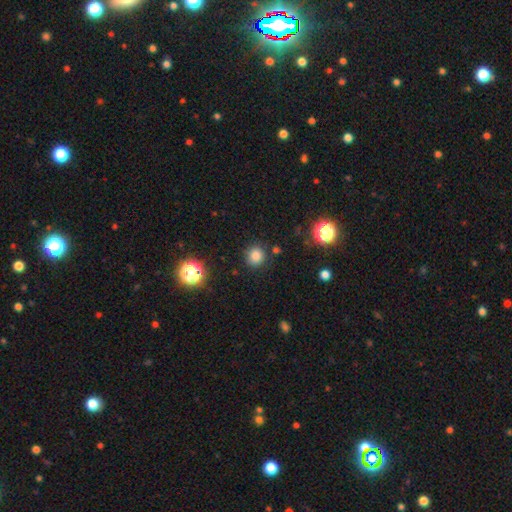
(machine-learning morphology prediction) Smooth or featured? smooth (80%)
How rounded? round (87%)
Merging? none (86%)